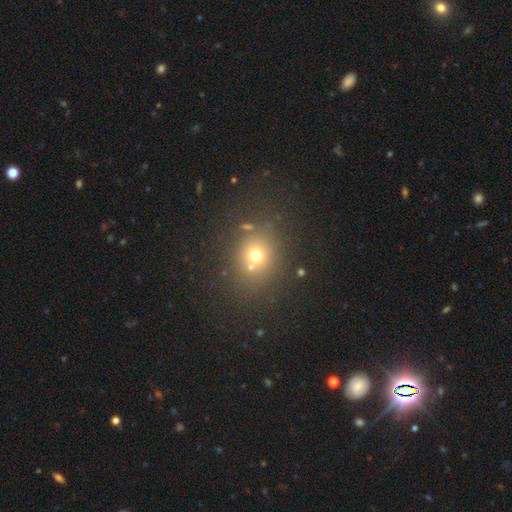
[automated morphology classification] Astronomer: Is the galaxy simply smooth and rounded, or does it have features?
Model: smooth — 65%.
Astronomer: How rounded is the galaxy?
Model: round — 74%.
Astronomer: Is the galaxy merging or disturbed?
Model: none — 69%.